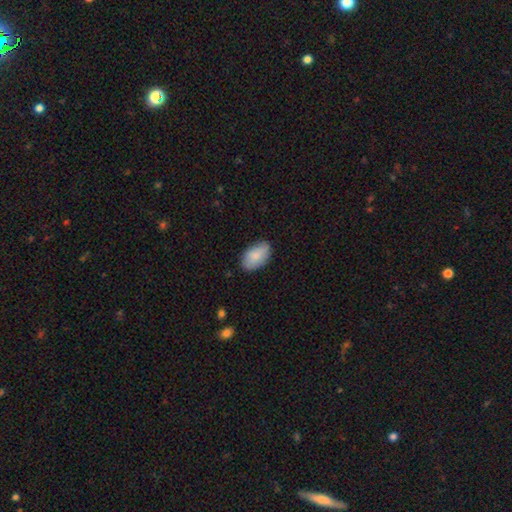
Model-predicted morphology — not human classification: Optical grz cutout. It shows a smooth galaxy with no disk features (84%) that is in between round and cigar-shaped (94%). Merging: none (81%).